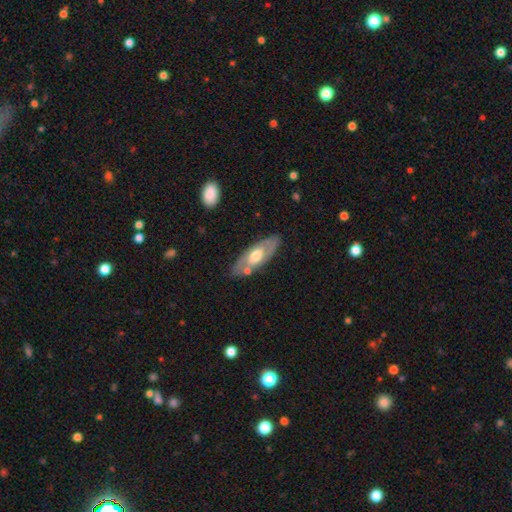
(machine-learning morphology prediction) Smooth or featured? featured or disk (56%)
Edge-on disk? no (72%)
Merging? none (75%)